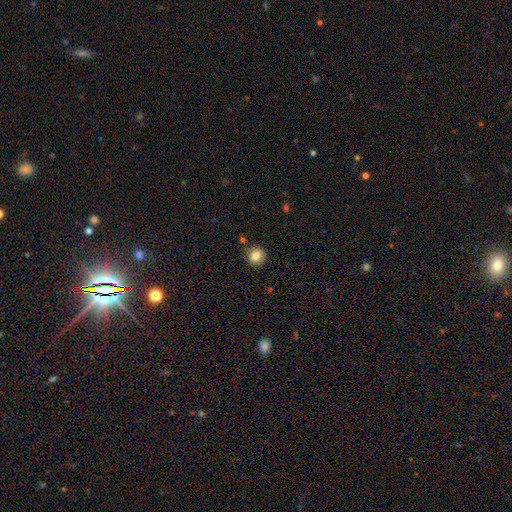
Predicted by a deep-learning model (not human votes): Smooth or featured?
  - smooth: 83% *
  - star or artifact: 10%
  - featured or disk: 7%
How rounded?
  - round: 86% *
  - in between: 13%
  - cigar-shaped: 1%
Merging?
  - none: 85% *
  - minor disturbance: 10%
  - merger: 3%
  - major disturbance: 2%